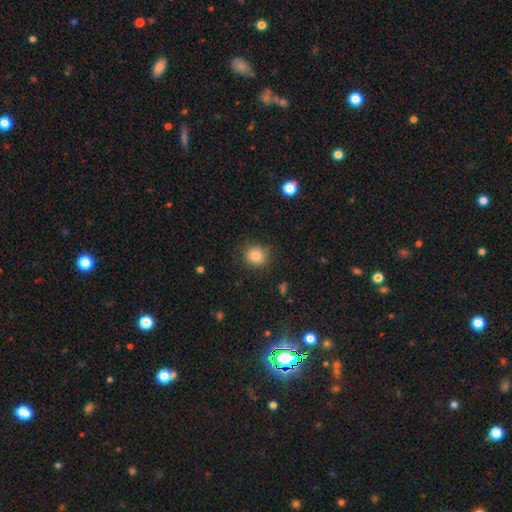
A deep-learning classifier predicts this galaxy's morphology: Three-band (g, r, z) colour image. It shows a smooth galaxy with no disk features (81%) that is round (83%). Merging: none (84%).